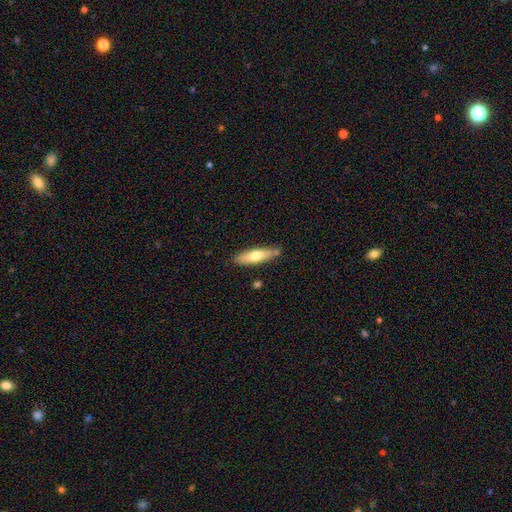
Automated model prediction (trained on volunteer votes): A smooth galaxy with no disk features (61%) that is cigar-shaped (67%). Merging: none (79%).